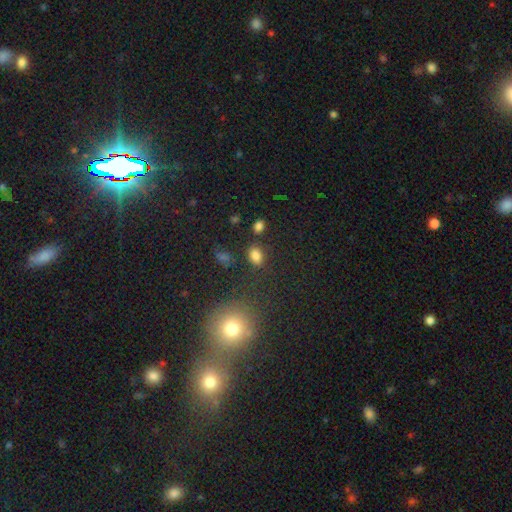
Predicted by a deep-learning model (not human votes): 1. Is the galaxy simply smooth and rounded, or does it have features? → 81% smooth, 13% star or artifact, 6% featured or disk.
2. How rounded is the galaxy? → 79% in between, 19% round, 2% cigar-shaped.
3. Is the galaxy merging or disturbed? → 77% none, 12% minor disturbance, 6% merger, 4% major disturbance.